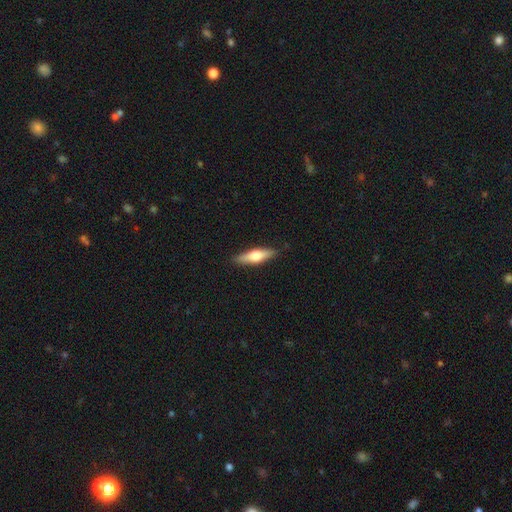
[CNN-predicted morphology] The model was most divided on "smooth or featured": smooth: 50%, featured or disk: 45%, star or artifact: 6%. More confident: merging — none (89%).